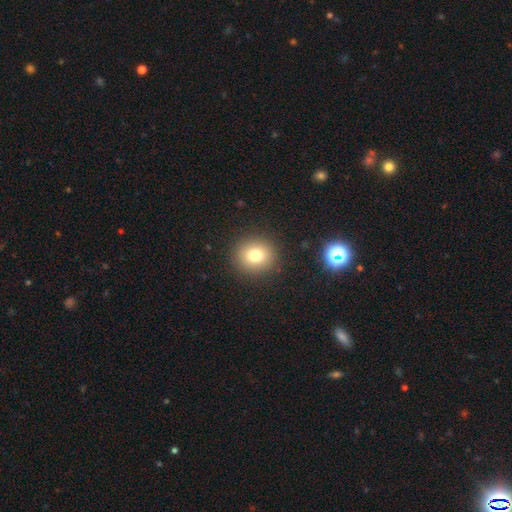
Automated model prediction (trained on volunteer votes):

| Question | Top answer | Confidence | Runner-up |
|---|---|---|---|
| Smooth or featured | smooth | 76% | star or artifact (15%) |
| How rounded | round | 88% | in between (11%) |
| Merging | none | 91% | minor disturbance (5%) |